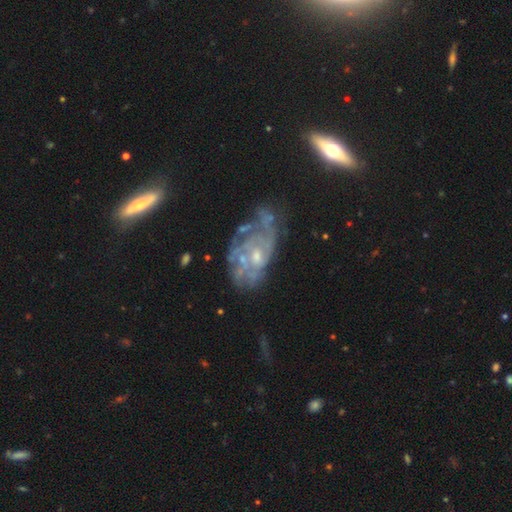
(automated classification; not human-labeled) Smooth or featured? featured or disk (79%)
Edge-on disk? no (95%)
Bar? no (73%)
Spiral arms? yes (67%)
Spiral winding? tight (51%)
Spiral arm count? can't tell (59%)
Bulge size? small (53%)
Merging? none (41%)